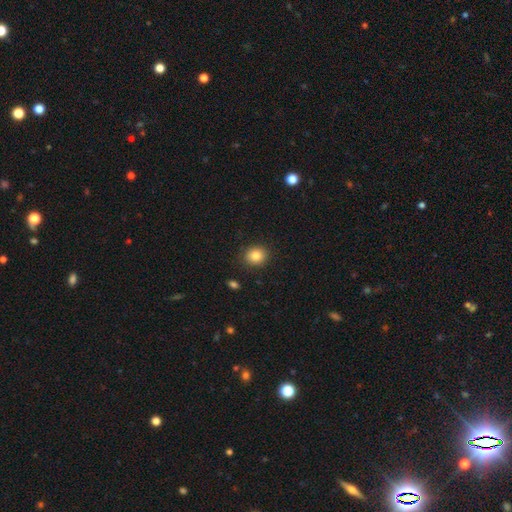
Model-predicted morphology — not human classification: A smooth galaxy with no disk features (84%) that is round (71%). Merging: none (88%).